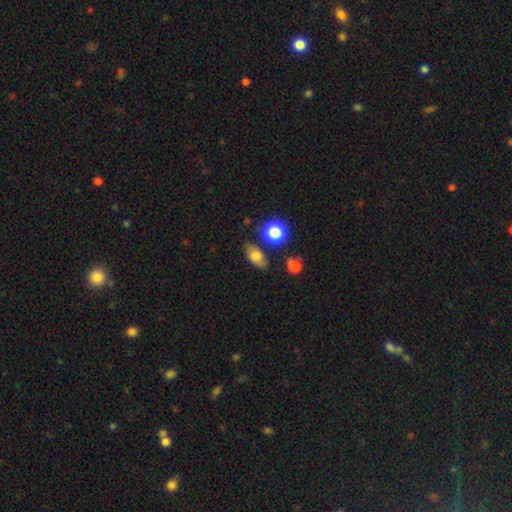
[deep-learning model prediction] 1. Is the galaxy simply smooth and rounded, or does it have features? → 73% smooth, 17% featured or disk, 11% star or artifact.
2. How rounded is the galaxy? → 81% in between, 14% round, 5% cigar-shaped.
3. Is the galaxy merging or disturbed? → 77% none, 14% minor disturbance, 5% merger, 4% major disturbance.